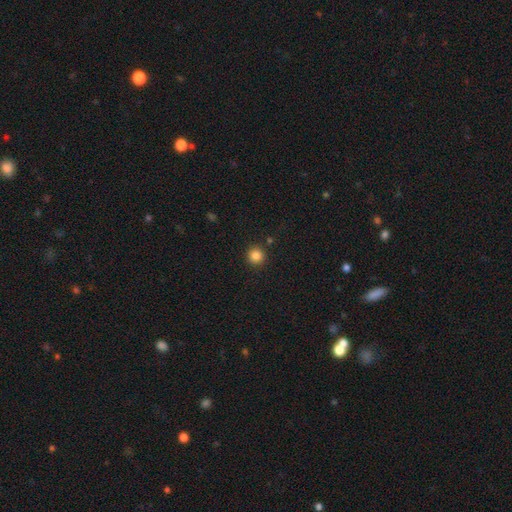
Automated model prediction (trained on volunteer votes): Smooth or featured? Predicted: smooth (p=0.85). How rounded? Predicted: round (p=0.95). Merging? Predicted: none (p=0.90).